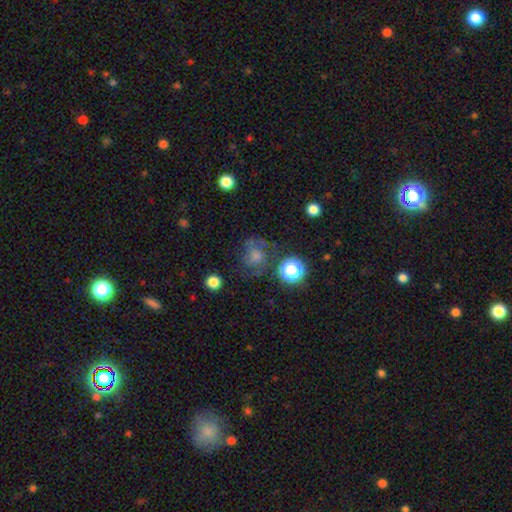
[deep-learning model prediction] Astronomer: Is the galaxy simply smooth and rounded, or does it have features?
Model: featured or disk — 43% (runner-up: smooth, 33%).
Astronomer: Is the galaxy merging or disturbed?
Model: none — 60%.